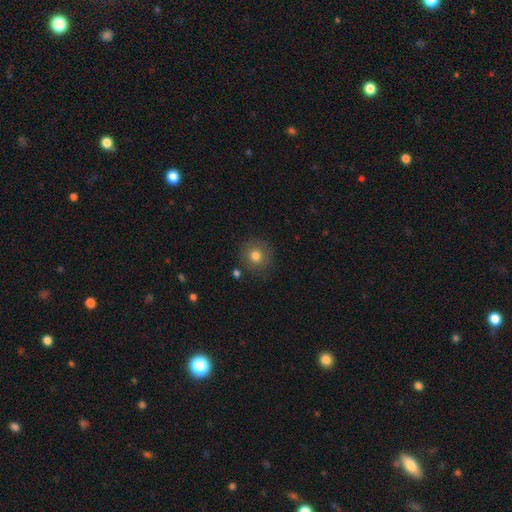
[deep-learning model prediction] Smooth or featured? Predicted: smooth (p=0.78). How rounded? Predicted: round (p=0.92). Merging? Predicted: none (p=0.85).